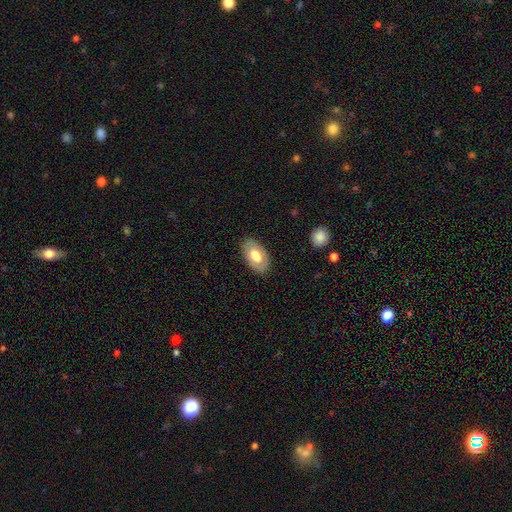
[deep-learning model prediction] A smooth galaxy with no disk features (66%) that is in between round and cigar-shaped (94%).

Vote fractions:
- Smooth or featured? smooth: 66% / featured or disk: 28% / star or artifact: 6%
- How rounded? in between: 94% / round: 5% / cigar-shaped: 1%
- Merging? none: 86% / minor disturbance: 11% / major disturbance: 3% / merger: 1%